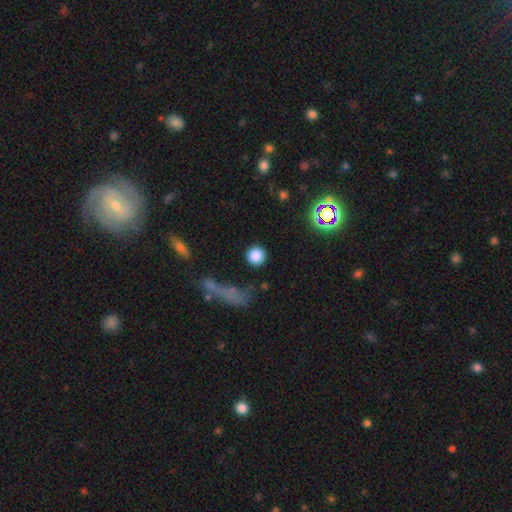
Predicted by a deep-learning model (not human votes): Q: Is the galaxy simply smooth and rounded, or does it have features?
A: smooth — 84%.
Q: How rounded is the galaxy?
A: round — 94%.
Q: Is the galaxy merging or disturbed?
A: none — 84%.